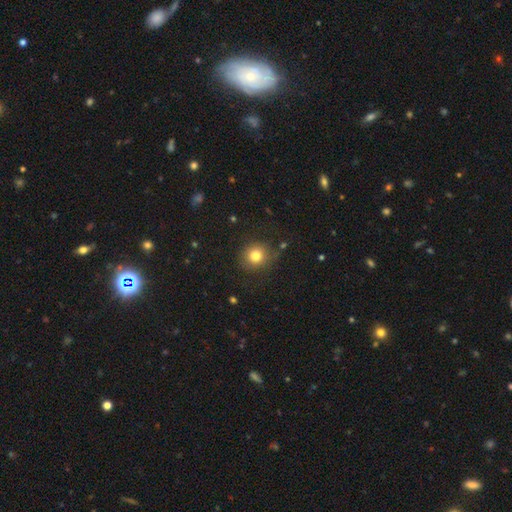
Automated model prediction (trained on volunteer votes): Smooth or featured?
  - smooth: 79% *
  - star or artifact: 12%
  - featured or disk: 8%
How rounded?
  - round: 86% *
  - in between: 13%
  - cigar-shaped: 1%
Merging?
  - none: 82% *
  - minor disturbance: 12%
  - major disturbance: 4%
  - merger: 2%